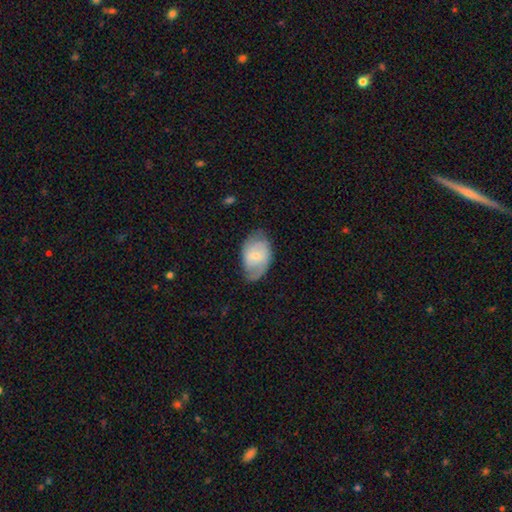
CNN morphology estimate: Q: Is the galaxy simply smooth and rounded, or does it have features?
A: featured or disk — 55%.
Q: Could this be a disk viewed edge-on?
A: no — 96%.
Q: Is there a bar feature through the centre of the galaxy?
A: weak — 48%.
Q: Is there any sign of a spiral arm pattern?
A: yes — 82%.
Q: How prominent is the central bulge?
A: small — 58%.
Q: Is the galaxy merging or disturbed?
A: none — 63%.